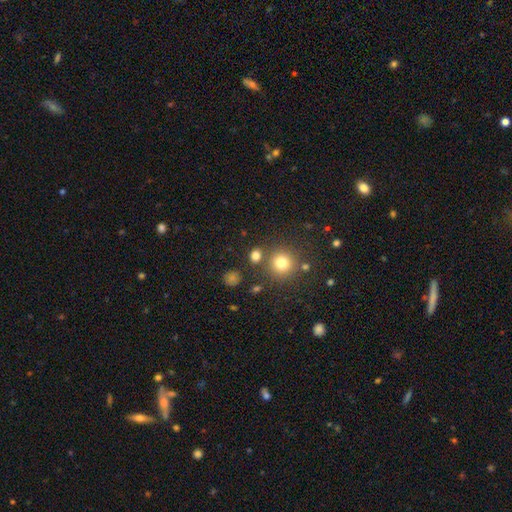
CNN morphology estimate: smooth-or-featured: smooth: 76% | star or artifact: 17% | featured or disk: 6%
  how-rounded: round: 76% | in between: 22% | cigar-shaped: 1%
  merging: none: 76% | merger: 12% | minor disturbance: 8% | major disturbance: 4%